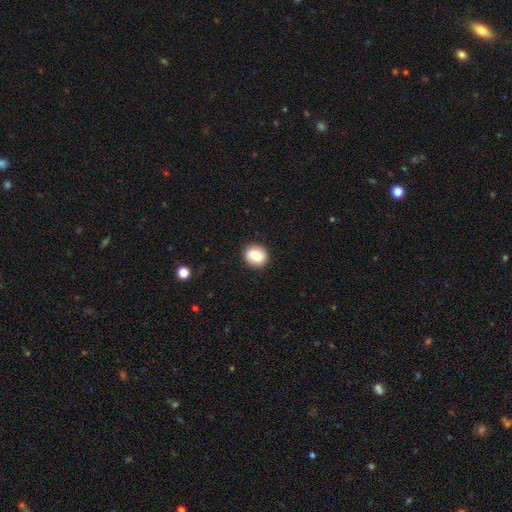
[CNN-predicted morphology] Q: Smooth or featured?
A: smooth (73%); runner-up: featured or disk (18%)
Q: How rounded?
A: round (74%); runner-up: in between (25%)
Q: Merging?
A: none (88%); runner-up: minor disturbance (9%)